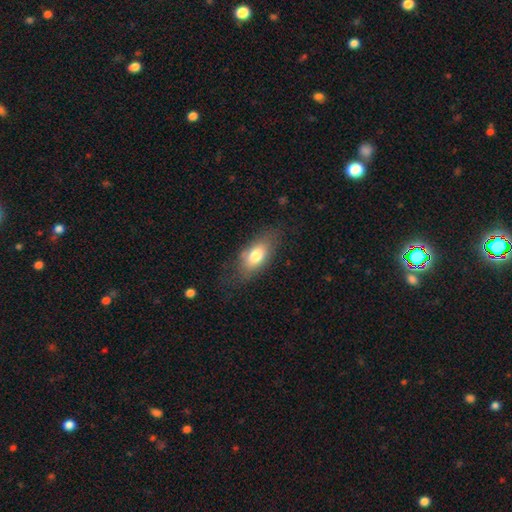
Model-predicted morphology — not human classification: A smooth galaxy with no disk features (76%) that is in between round and cigar-shaped (87%).

Vote fractions:
- Smooth or featured? smooth: 76% / featured or disk: 17% / star or artifact: 7%
- How rounded? in between: 87% / cigar-shaped: 7% / round: 6%
- Merging? none: 68% / minor disturbance: 21% / major disturbance: 9% / merger: 2%